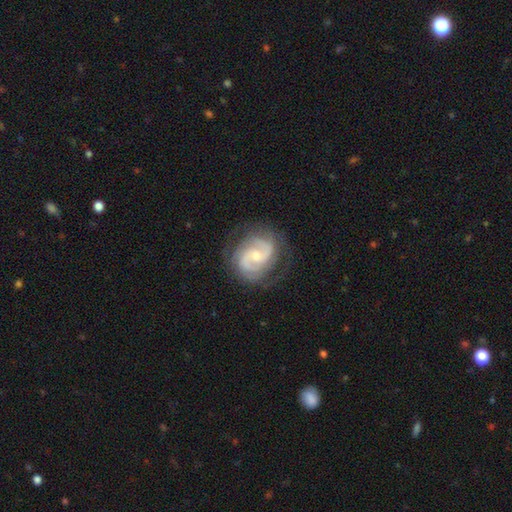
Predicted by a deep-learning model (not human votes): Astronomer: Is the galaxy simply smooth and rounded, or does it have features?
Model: featured or disk — 86%.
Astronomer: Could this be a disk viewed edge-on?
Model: no — 98%.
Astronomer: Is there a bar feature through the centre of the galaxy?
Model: no — 47% (runner-up: weak, 42%).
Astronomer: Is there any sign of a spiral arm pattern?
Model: yes — 96%.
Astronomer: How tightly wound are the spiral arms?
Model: medium — 46% (runner-up: tight, 40%).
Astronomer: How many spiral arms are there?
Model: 2 — 82%.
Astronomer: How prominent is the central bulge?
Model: small — 53% (runner-up: moderate, 42%).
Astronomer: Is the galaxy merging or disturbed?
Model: none — 77%.